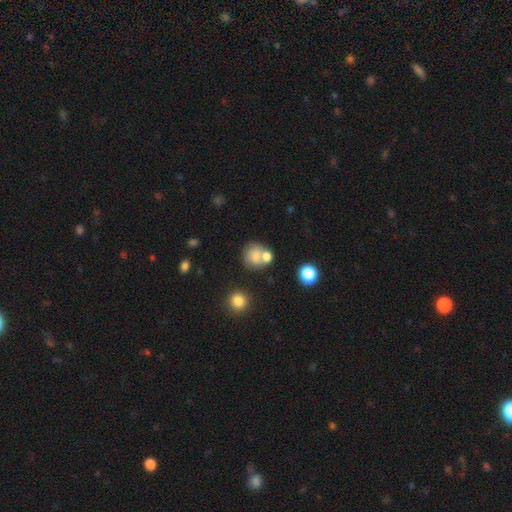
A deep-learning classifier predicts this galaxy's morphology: smooth 66%, featured or disk 24%, star or artifact 11%. Down the decision tree: how rounded — round (78%); merging — none (44%).